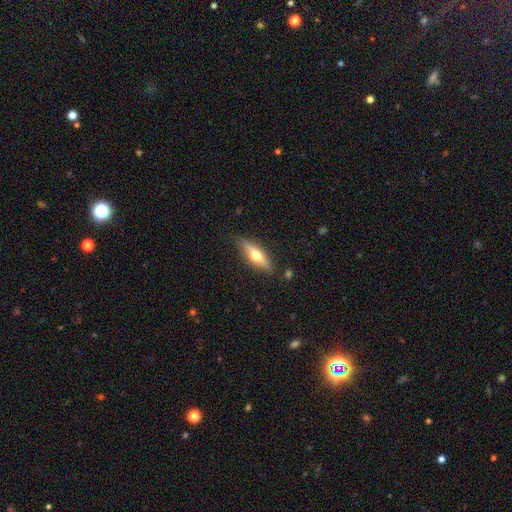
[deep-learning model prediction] smooth_or_featured: featured or disk (p=0.51) [alt: smooth p=0.42]
disk_edge_on: yes (p=0.90) [alt: no p=0.10]
merging: none (p=0.86) [alt: minor disturbance p=0.10]